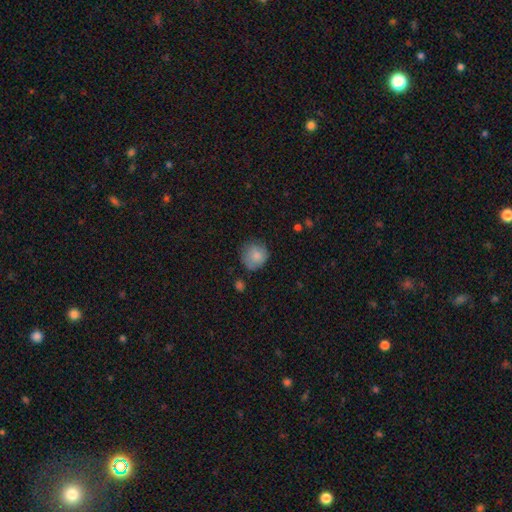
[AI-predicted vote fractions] smooth-or-featured: smooth: 80% | featured or disk: 12% | star or artifact: 8%
  how-rounded: round: 87% | in between: 12% | cigar-shaped: 1%
  merging: none: 71% | minor disturbance: 21% | major disturbance: 5% | merger: 2%